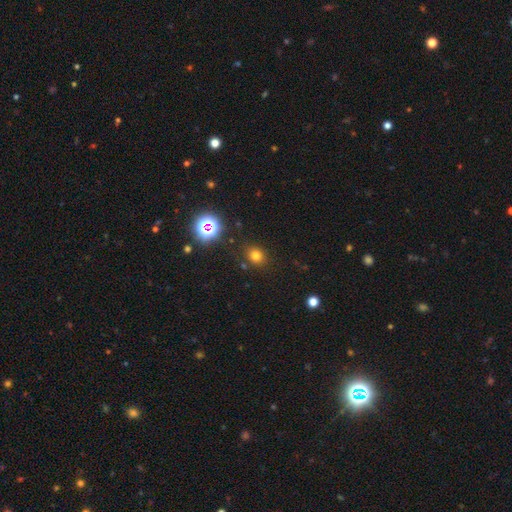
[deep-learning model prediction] This appears to be a smooth galaxy with no disk features (72%) that is round (72%). Merging: none (84%).